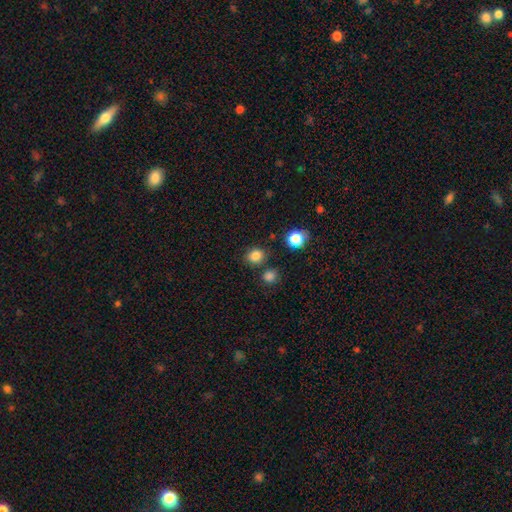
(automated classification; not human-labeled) A smooth galaxy with no disk features (81%) that is round (73%). Merging: none (80%).